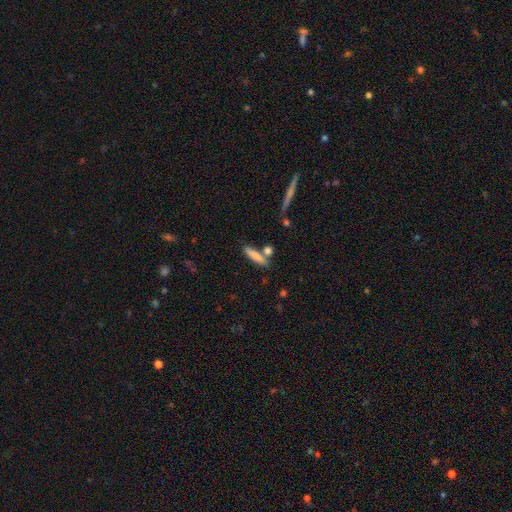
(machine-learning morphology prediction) A smooth galaxy with no disk features (77%) that is cigar-shaped (77%). Merging: none (68%).